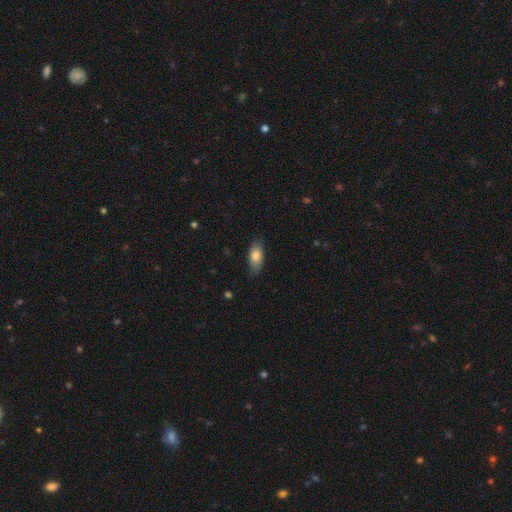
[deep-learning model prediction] Smooth or featured: smooth — 79% (featured or disk — 14%)
How rounded: in between — 88% (cigar-shaped — 8%)
Merging: none — 80% (minor disturbance — 16%)